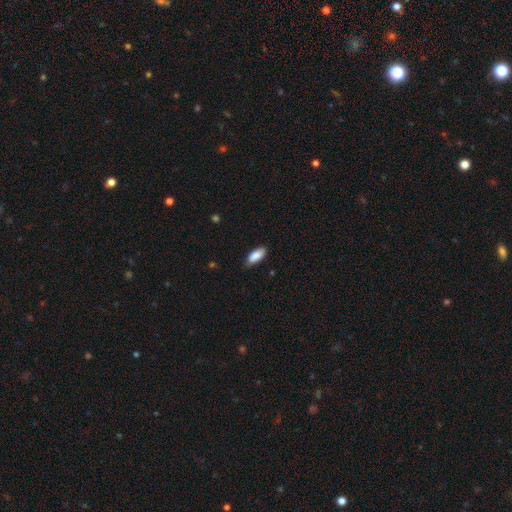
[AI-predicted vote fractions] Overall: smooth (87%). How rounded: in between (86%). Merging: none (80%).